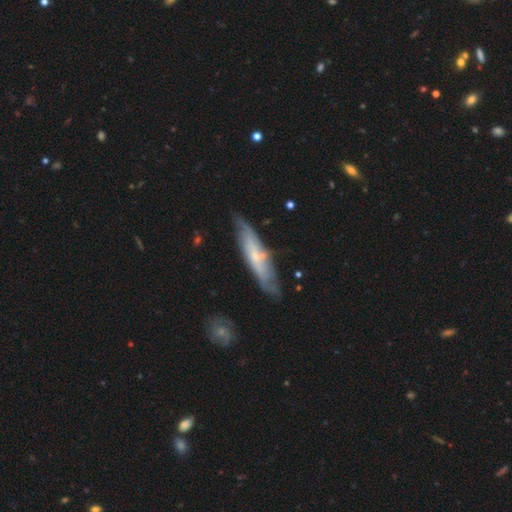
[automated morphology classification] Smooth or featured? featured or disk (55%)
Edge-on disk? yes (50%, tied with no)
Merging? none (71%)